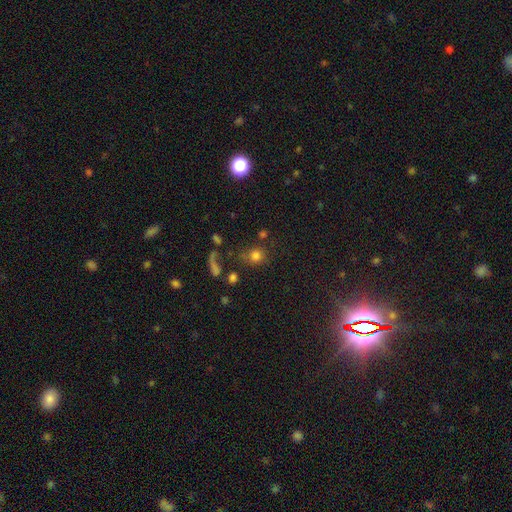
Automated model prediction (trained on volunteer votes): This appears to be a smooth galaxy with no disk features (75%) that is round (82%). Merging: none (61%).